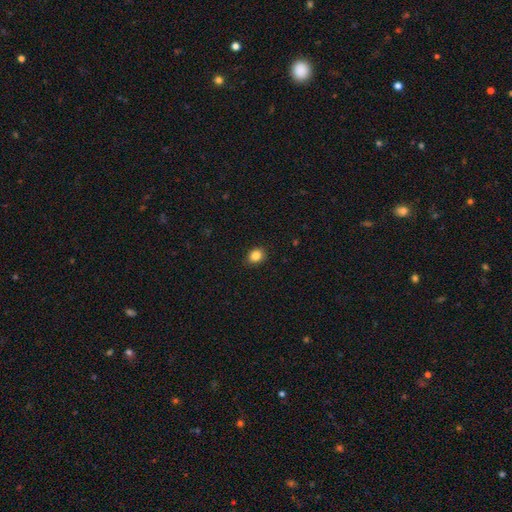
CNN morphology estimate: Smooth or featured?
  - smooth: 86% *
  - star or artifact: 10%
  - featured or disk: 5%
How rounded?
  - round: 51% *
  - in between: 48%
  - cigar-shaped: 1%
Merging?
  - none: 88% *
  - minor disturbance: 9%
  - major disturbance: 2%
  - merger: 1%